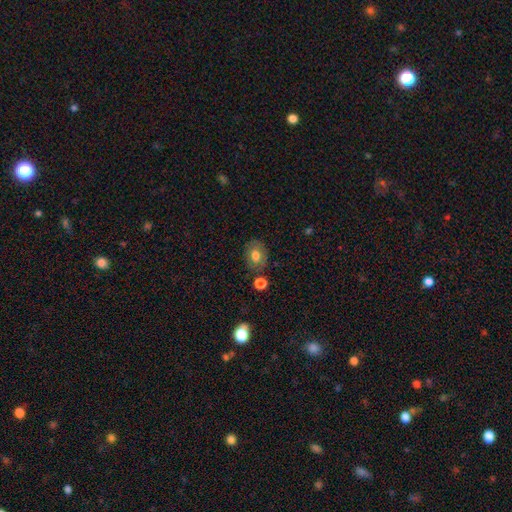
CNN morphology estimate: smooth-or-featured: smooth: 73% | featured or disk: 17% | star or artifact: 10%
  how-rounded: in between: 58% | round: 41% | cigar-shaped: 1%
  merging: none: 78% | minor disturbance: 14% | merger: 5% | major disturbance: 4%